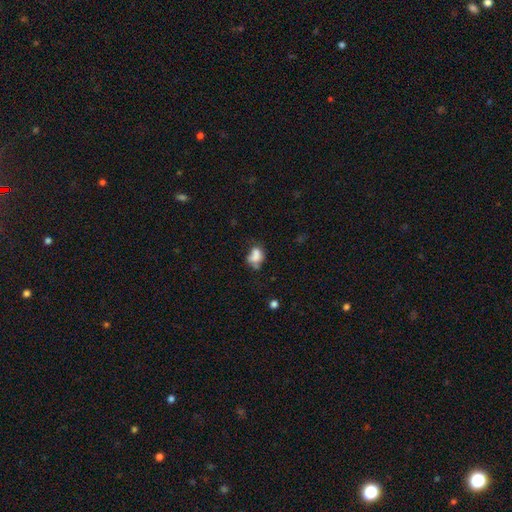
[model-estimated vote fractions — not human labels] A smooth galaxy with no disk features (69%) that is in between round and cigar-shaped (70%).

Vote fractions:
- Smooth or featured? smooth: 69% / featured or disk: 19% / star or artifact: 12%
- How rounded? in between: 70% / round: 29% / cigar-shaped: 2%
- Merging? none: 31% / minor disturbance: 27% / merger: 22% / major disturbance: 20%